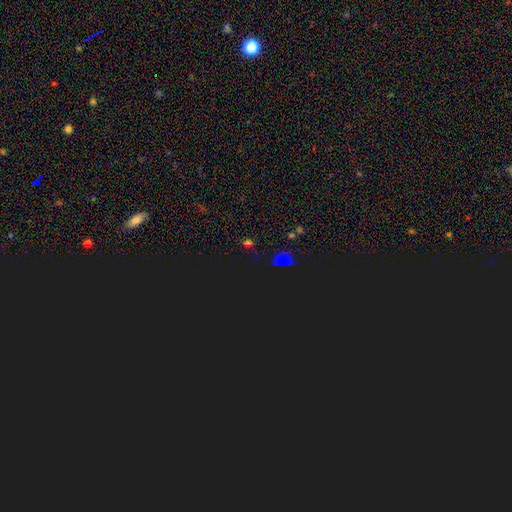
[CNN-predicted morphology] smooth_or_featured: star or artifact (p=0.65) [alt: smooth p=0.29]